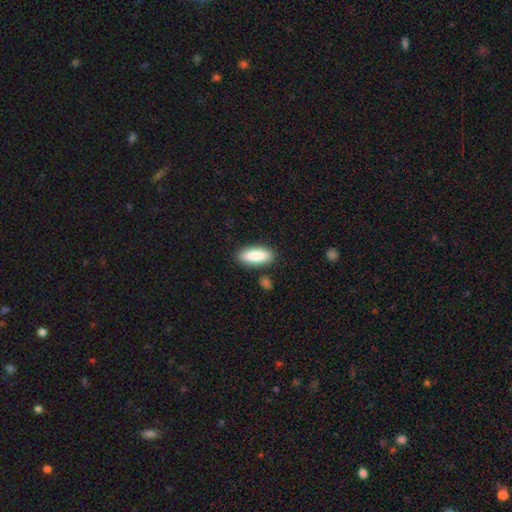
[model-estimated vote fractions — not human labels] Smooth or featured? smooth (87%)
How rounded? in between (77%)
Merging? none (86%)